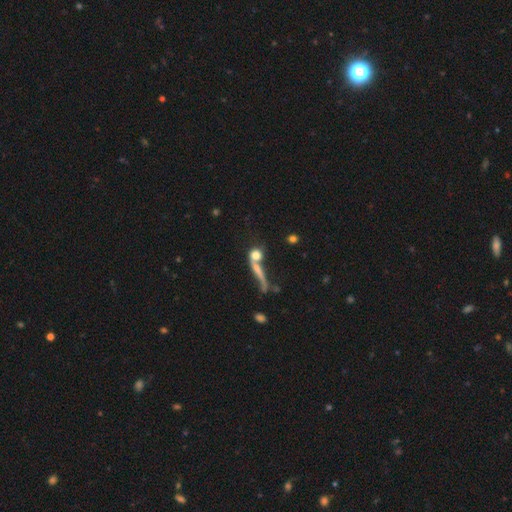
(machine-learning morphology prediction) This is likely a smooth galaxy (62%). How rounded: possibly round (58%). Merging: marginally merger (40%).